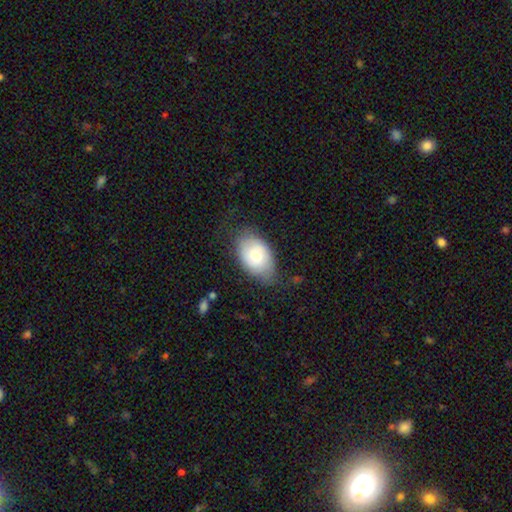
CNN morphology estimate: Q: Smooth or featured?
A: smooth (69%); runner-up: featured or disk (24%)
Q: How rounded?
A: in between (88%); runner-up: round (11%)
Q: Merging?
A: none (68%); runner-up: minor disturbance (24%)